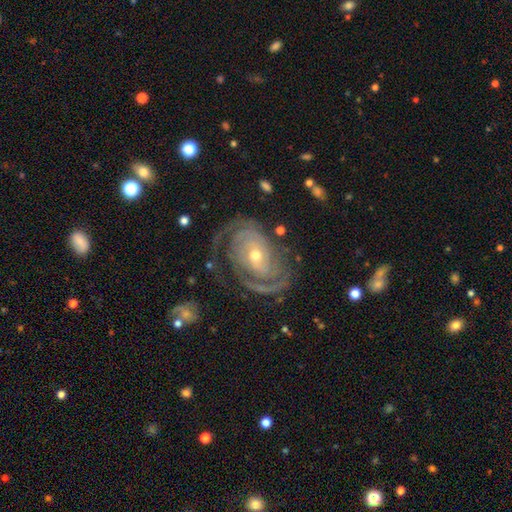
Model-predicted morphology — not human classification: Overall: featured or disk (90%). Edge-on disk: no (97%). Bar: no (62%; weak 27%). Spiral arms: yes (96%). Spiral arm count: 2 (59%). Spiral winding: tight (61%; medium 30%). Bulge size: moderate (49%; small 47%). Merging: none (66%).